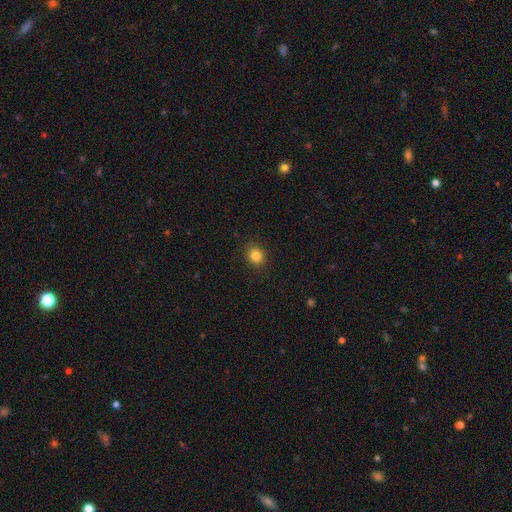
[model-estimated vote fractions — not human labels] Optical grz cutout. It shows a smooth galaxy with no disk features (84%) that is round (83%). Merging: none (90%).